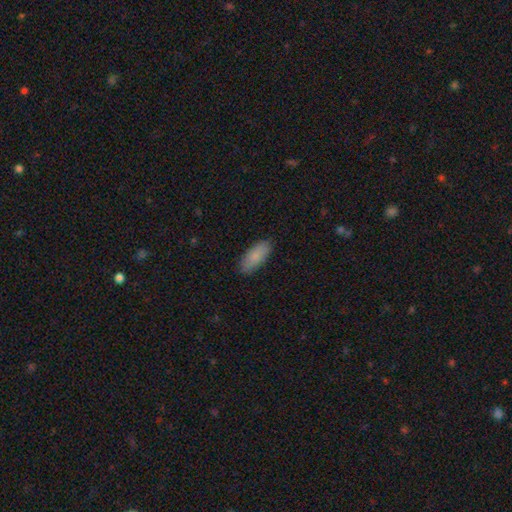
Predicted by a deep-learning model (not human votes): smooth_or_featured: smooth (p=0.86) [alt: featured or disk p=0.08]
how_rounded: in between (p=0.80) [alt: cigar-shaped p=0.19]
merging: none (p=0.87) [alt: minor disturbance p=0.10]